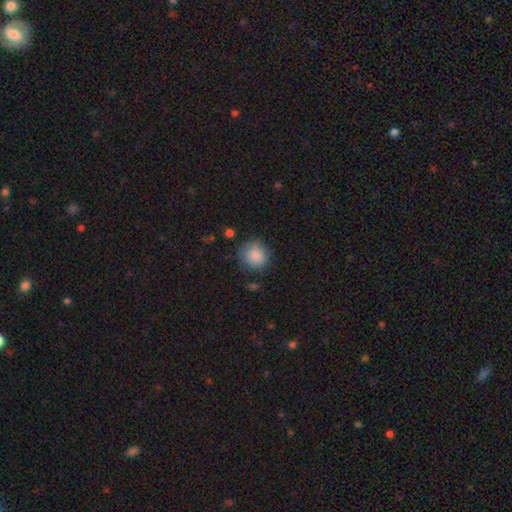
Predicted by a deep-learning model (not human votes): Overall: smooth (86%). How rounded: round (86%). Merging: none (76%).